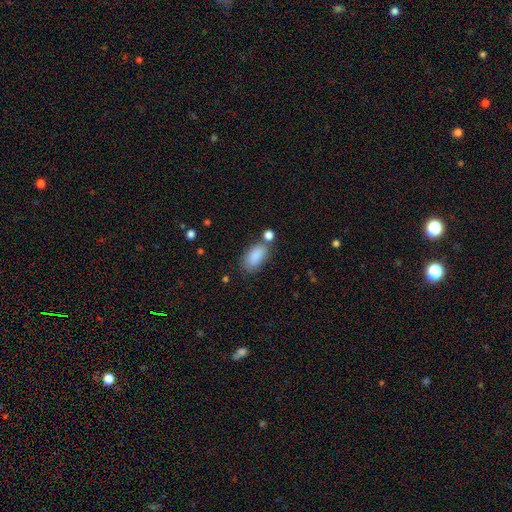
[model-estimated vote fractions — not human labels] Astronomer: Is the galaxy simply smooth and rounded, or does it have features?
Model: smooth — 87%.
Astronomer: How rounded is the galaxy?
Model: in between — 91%.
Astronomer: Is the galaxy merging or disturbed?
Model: none — 63%.